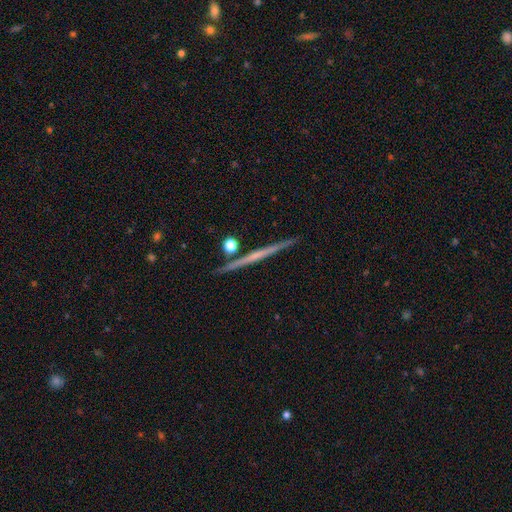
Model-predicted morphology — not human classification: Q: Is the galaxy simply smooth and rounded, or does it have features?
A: featured or disk — 66%.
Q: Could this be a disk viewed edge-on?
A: yes — 98%.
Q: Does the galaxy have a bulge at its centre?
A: none — 79%.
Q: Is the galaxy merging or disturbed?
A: none — 90%.